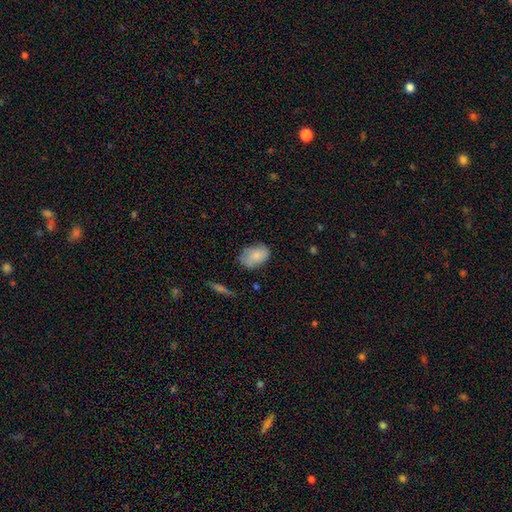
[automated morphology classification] This is clearly a smooth galaxy (81%). How rounded: clearly in between (85%). Merging: likely none (66%).